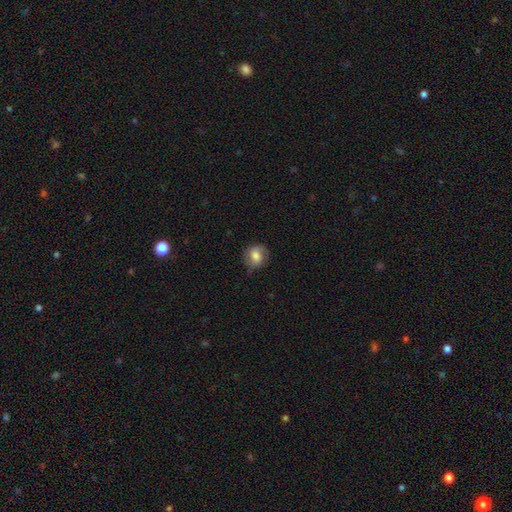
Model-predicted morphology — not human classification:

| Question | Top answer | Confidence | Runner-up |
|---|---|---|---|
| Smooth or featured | smooth | 65% | featured or disk (27%) |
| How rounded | round | 71% | in between (28%) |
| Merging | none | 68% | minor disturbance (23%) |